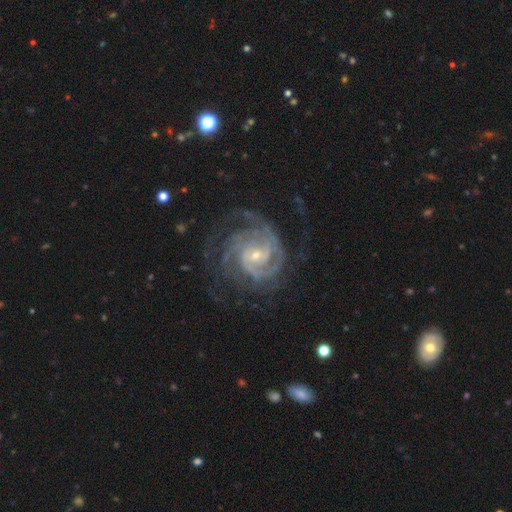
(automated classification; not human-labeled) Q: Smooth or featured?
A: featured or disk (90%); runner-up: star or artifact (5%)
Q: Edge-on disk?
A: no (98%); runner-up: yes (2%)
Q: Bar?
A: no (55%); runner-up: weak (34%)
Q: Spiral arms?
A: yes (97%); runner-up: no (3%)
Q: Spiral winding?
A: tight (64%); runner-up: medium (30%)
Q: Spiral arm count?
A: 3 (24%); runner-up: can't tell (23%)
Q: Bulge size?
A: small (70%); runner-up: moderate (26%)
Q: Merging?
A: none (63%); runner-up: minor disturbance (19%)